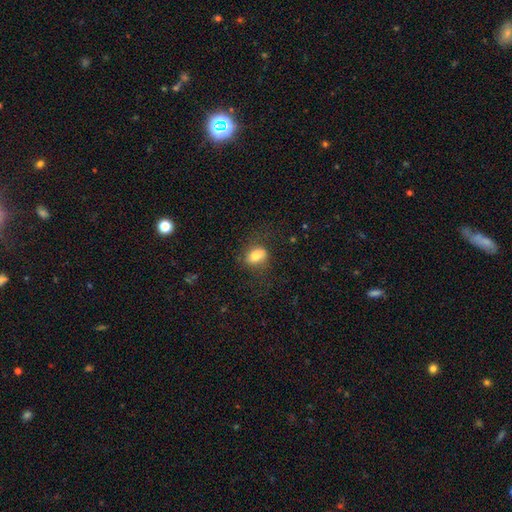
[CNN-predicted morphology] Q: Smooth or featured?
A: smooth (73%); runner-up: featured or disk (18%)
Q: How rounded?
A: in between (75%); runner-up: round (21%)
Q: Merging?
A: none (68%); runner-up: minor disturbance (20%)